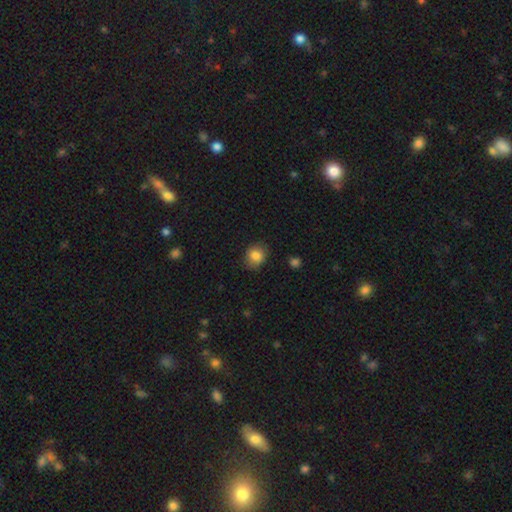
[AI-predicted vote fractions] This is clearly a smooth galaxy (84%). How rounded: likely round (67%). Merging: clearly none (80%).